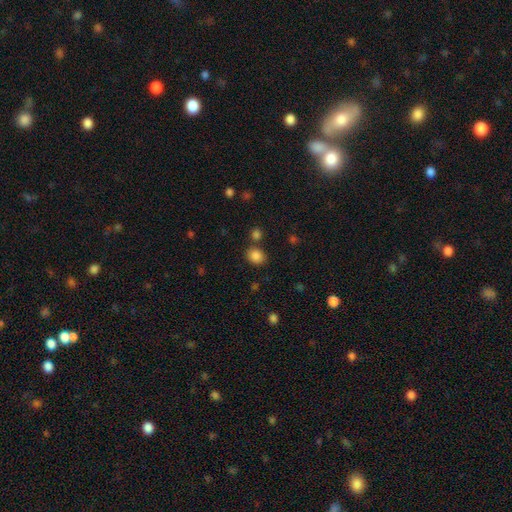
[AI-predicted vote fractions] A smooth galaxy with no disk features (85%) that is round (65%). Merging: none (76%).